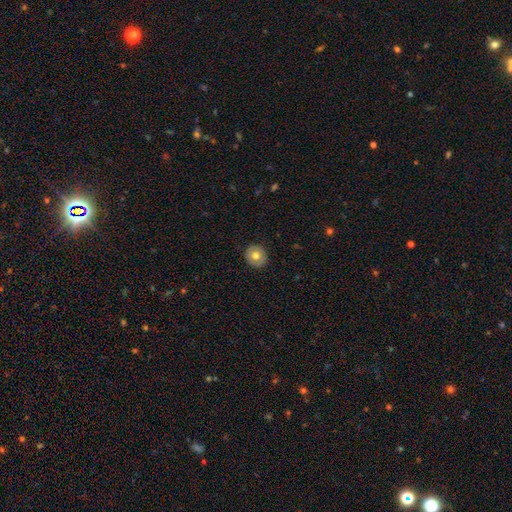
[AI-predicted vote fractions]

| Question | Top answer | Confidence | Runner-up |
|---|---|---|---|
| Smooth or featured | smooth | 67% | featured or disk (25%) |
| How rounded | round | 85% | in between (14%) |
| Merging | none | 90% | minor disturbance (7%) |